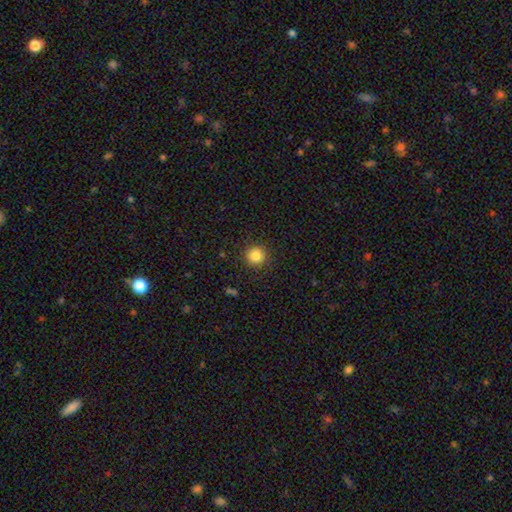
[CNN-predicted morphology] A smooth galaxy with no disk features (84%) that is round (94%).

Vote fractions:
- Smooth or featured? smooth: 84% / star or artifact: 11% / featured or disk: 5%
- How rounded? round: 94% / in between: 5% / cigar-shaped: 1%
- Merging? none: 91% / minor disturbance: 6% / major disturbance: 2% / merger: 1%